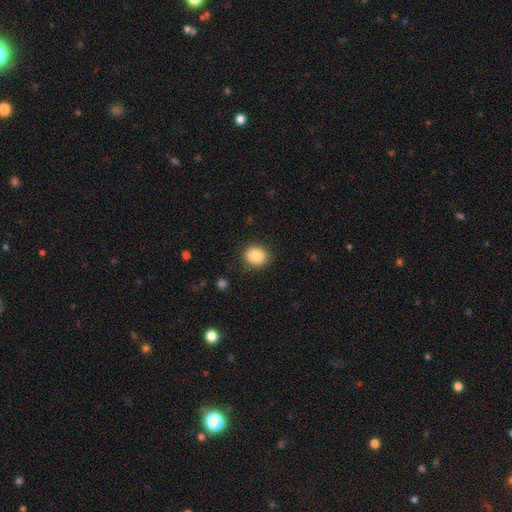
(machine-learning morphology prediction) Smooth or featured?
  - smooth: 87% *
  - star or artifact: 8%
  - featured or disk: 5%
How rounded?
  - round: 63% *
  - in between: 36%
  - cigar-shaped: 1%
Merging?
  - none: 87% *
  - minor disturbance: 9%
  - major disturbance: 3%
  - merger: 1%